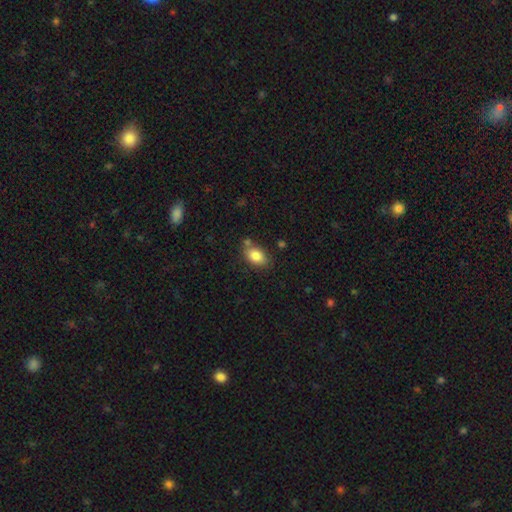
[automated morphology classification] Overall: smooth (84%). How rounded: in between (83%). Merging: none (69%).